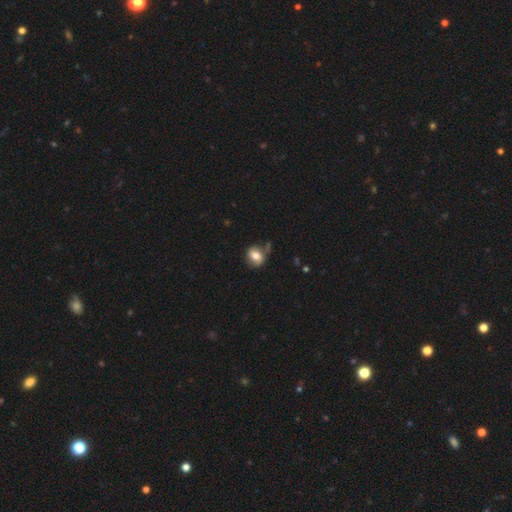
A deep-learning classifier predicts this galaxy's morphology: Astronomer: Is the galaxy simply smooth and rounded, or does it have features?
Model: smooth — 68%.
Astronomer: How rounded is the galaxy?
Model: round — 57% (runner-up: in between, 42%).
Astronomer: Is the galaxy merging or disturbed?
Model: none — 61%.